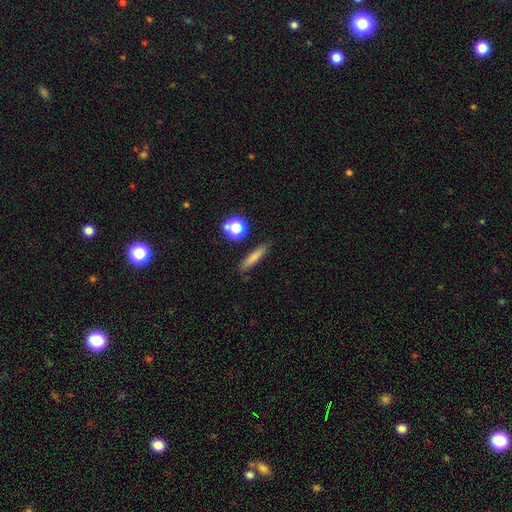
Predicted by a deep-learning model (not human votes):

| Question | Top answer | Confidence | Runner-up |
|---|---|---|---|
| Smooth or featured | smooth | 74% | featured or disk (15%) |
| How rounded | cigar-shaped | 83% | in between (11%) |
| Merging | none | 86% | minor disturbance (9%) |